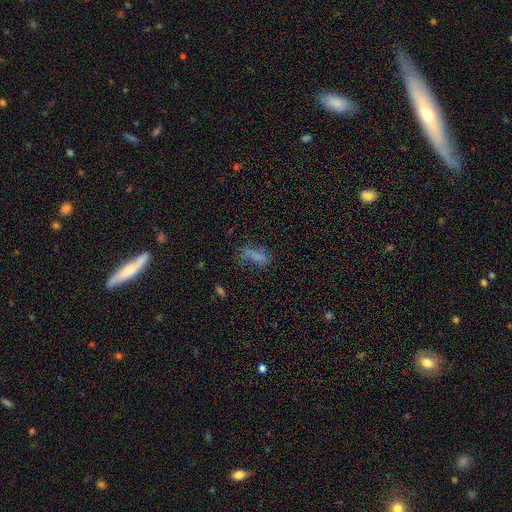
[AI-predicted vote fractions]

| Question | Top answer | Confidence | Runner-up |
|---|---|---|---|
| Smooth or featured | smooth | 69% | star or artifact (17%) |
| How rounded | in between | 57% | cigar-shaped (38%) |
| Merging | none | 60% | minor disturbance (23%) |